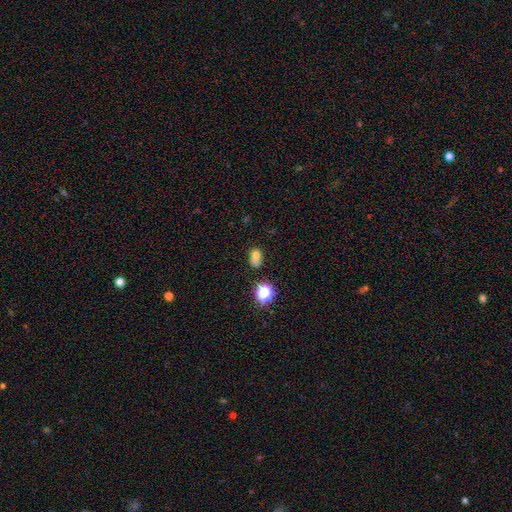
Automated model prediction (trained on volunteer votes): Morphology: type=smooth (72%); roundness=in between (66%); merging=none (56%).